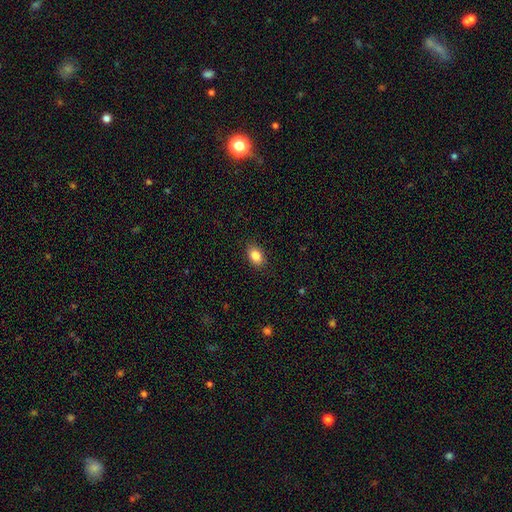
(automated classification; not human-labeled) Smooth or featured? smooth (86%)
How rounded? in between (84%)
Merging? none (88%)